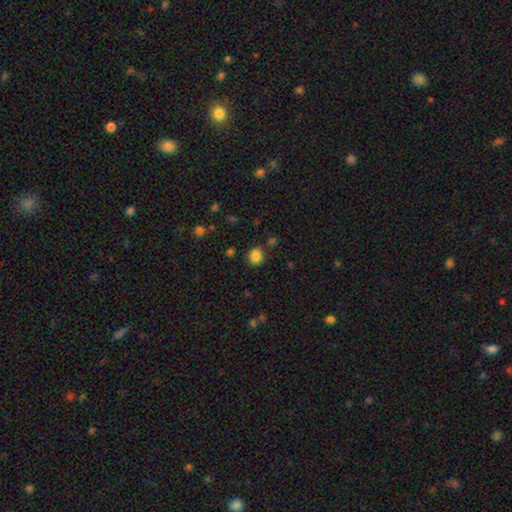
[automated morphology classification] type=smooth (85%); roundness=round (79%); merging=none (85%).